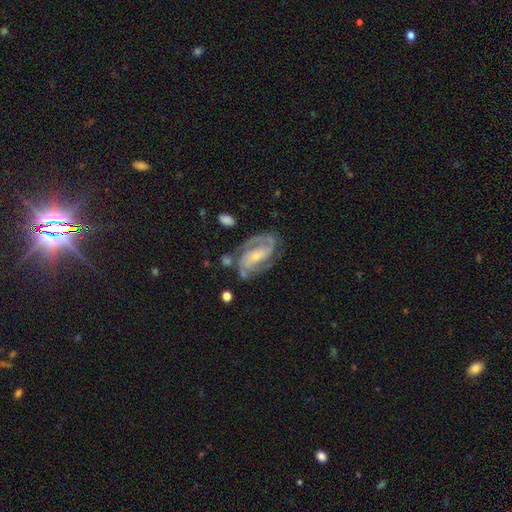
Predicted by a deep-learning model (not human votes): Overall: featured or disk (89%). Edge-on disk: no (97%). Bar: weak (37%; no 36%). Spiral arms: yes (97%). Spiral arm count: 2 (83%). Spiral winding: tight (45%, tied with medium). Bulge size: small (63%; moderate 30%). Merging: none (71%).